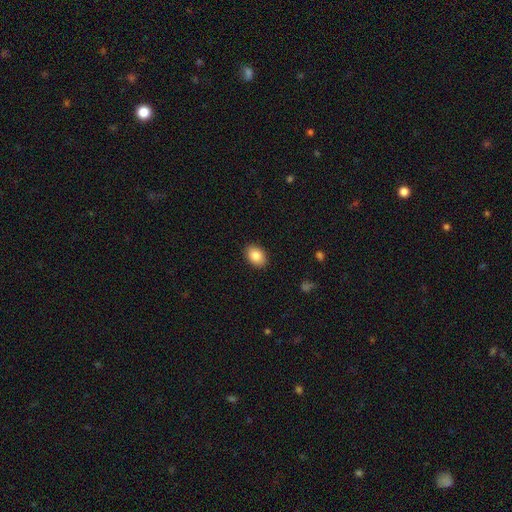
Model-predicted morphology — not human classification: smooth 86%, star or artifact 7%, featured or disk 7%. Down the decision tree: how rounded — in between (80%); merging — none (89%).